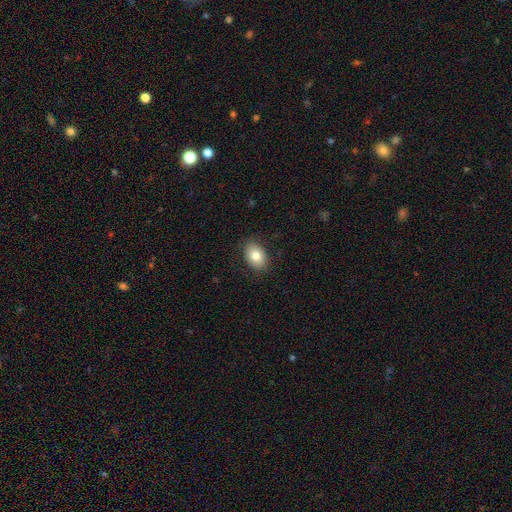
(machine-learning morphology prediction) Smooth or featured? smooth (81%)
How rounded? in between (77%)
Merging? none (87%)